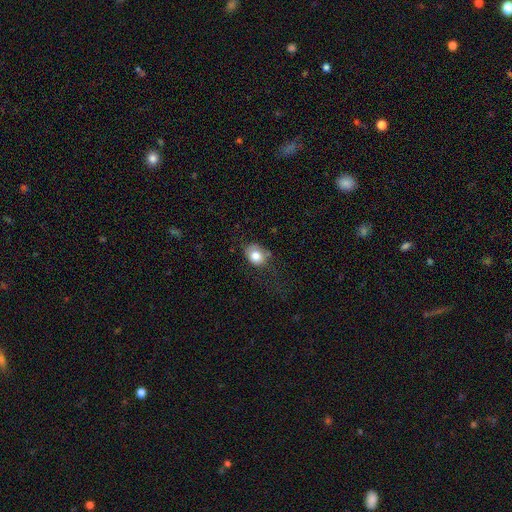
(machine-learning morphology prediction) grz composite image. It shows a smooth galaxy with no disk features (79%) that is in between round and cigar-shaped (54%). Merging: none (54%).